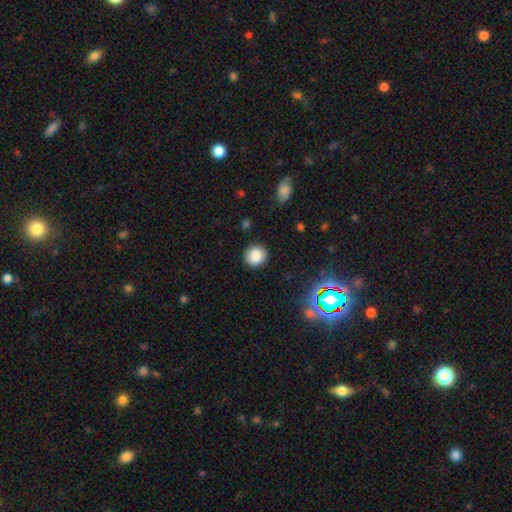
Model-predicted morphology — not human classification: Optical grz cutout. It shows a smooth galaxy with no disk features (84%) that is round (90%). Merging: none (89%).